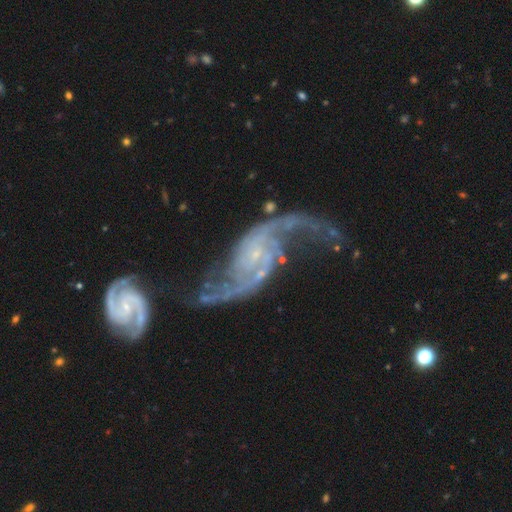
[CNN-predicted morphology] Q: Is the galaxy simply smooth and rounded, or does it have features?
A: featured or disk — 92%.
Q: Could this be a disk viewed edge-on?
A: no — 97%.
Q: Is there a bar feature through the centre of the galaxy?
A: no — 56%.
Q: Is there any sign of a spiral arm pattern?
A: yes — 97%.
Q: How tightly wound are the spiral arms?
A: loose — 59%.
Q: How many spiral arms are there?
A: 2 — 89%.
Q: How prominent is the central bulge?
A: small — 81%.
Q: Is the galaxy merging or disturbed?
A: merger — 30%, tied with none.